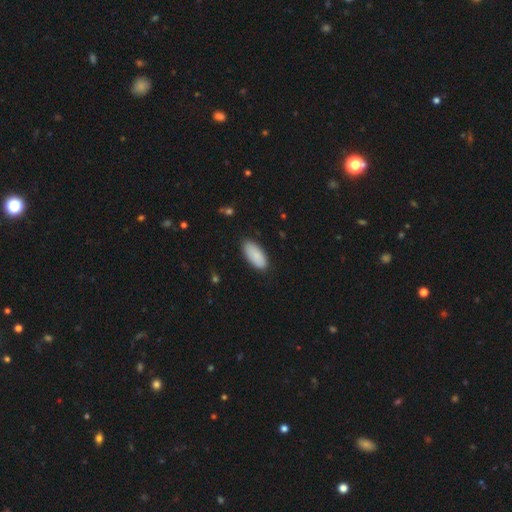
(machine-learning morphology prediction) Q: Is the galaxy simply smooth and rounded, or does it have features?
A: smooth — 89%.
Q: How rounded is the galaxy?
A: in between — 90%.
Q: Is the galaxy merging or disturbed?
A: none — 85%.